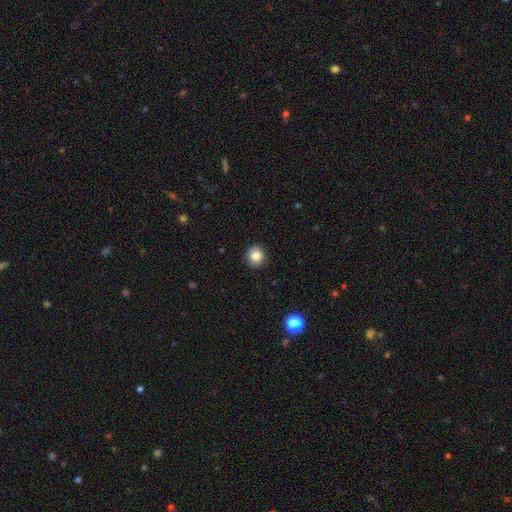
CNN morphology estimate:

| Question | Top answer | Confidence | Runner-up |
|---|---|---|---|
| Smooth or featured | smooth | 85% | star or artifact (10%) |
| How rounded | round | 88% | in between (11%) |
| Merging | none | 90% | minor disturbance (7%) |